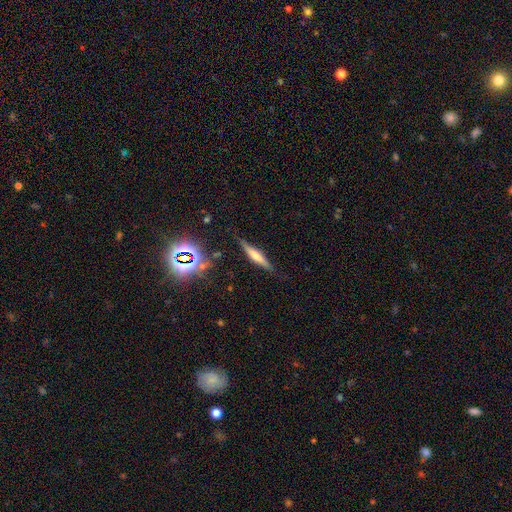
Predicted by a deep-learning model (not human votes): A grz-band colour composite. It shows a featured or disk galaxy (49%). Merging: none (82%).